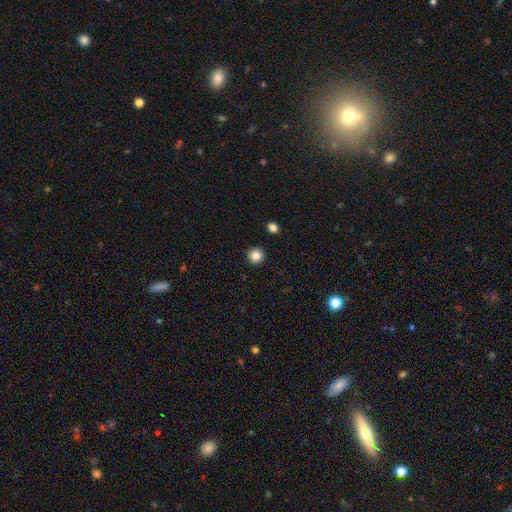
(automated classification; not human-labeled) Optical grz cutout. It shows a smooth galaxy with no disk features (85%) that is round (95%). Merging: none (92%).